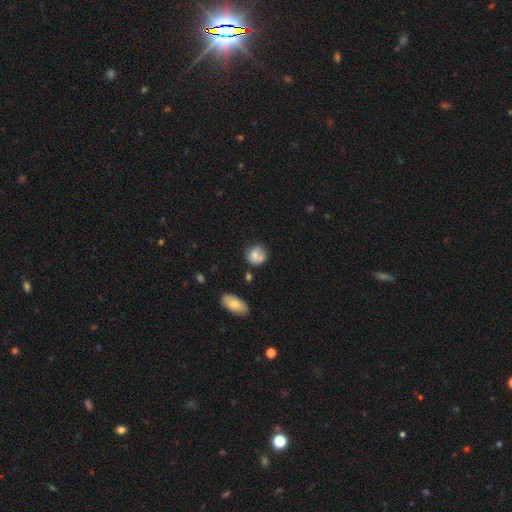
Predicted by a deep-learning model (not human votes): The model was most divided on "merging": none: 60%, minor disturbance: 24%, merger: 8%, major disturbance: 8%. More confident: how rounded — round (79%); smooth or featured — smooth (71%).